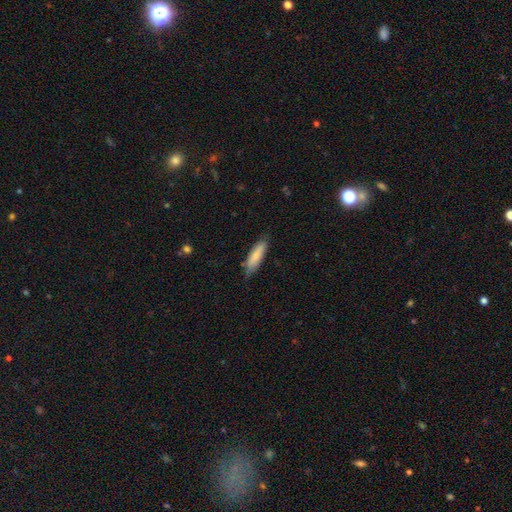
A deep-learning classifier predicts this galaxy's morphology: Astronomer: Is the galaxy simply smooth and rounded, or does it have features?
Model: smooth — 79%.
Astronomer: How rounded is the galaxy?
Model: cigar-shaped — 60% (runner-up: in between, 39%).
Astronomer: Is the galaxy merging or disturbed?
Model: none — 75%.